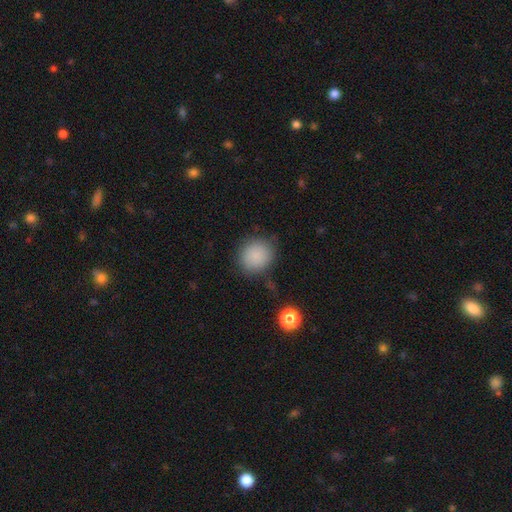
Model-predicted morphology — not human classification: smooth_or_featured: smooth (p=0.87) [alt: star or artifact p=0.09]
how_rounded: round (p=0.84) [alt: in between p=0.15]
merging: none (p=0.82) [alt: minor disturbance p=0.11]